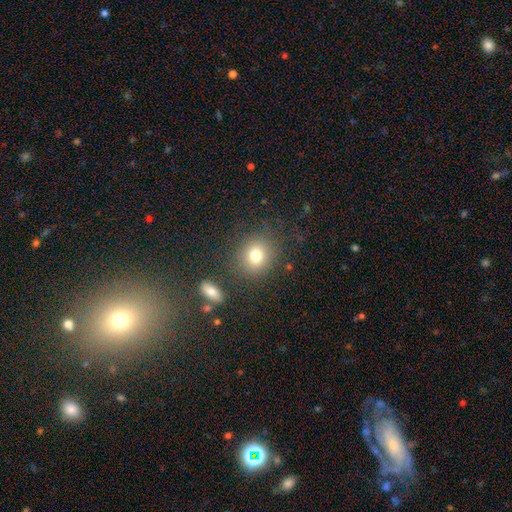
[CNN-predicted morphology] This appears to be a smooth galaxy with no disk features (78%) that is round (77%). Merging: none (81%).